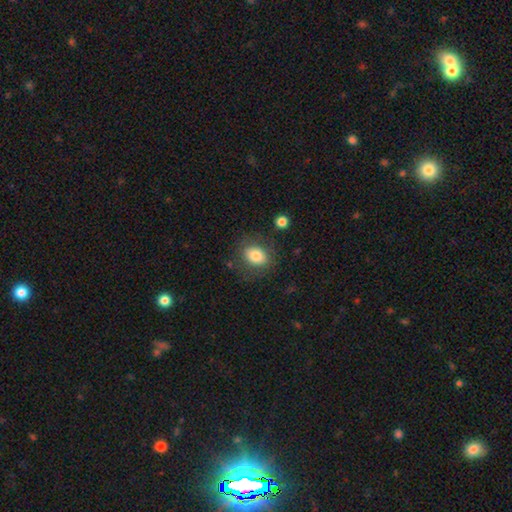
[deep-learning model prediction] smooth_or_featured: smooth (p=0.81) [alt: featured or disk p=0.10]
how_rounded: in between (p=0.58) [alt: round p=0.41]
merging: none (p=0.77) [alt: minor disturbance p=0.14]